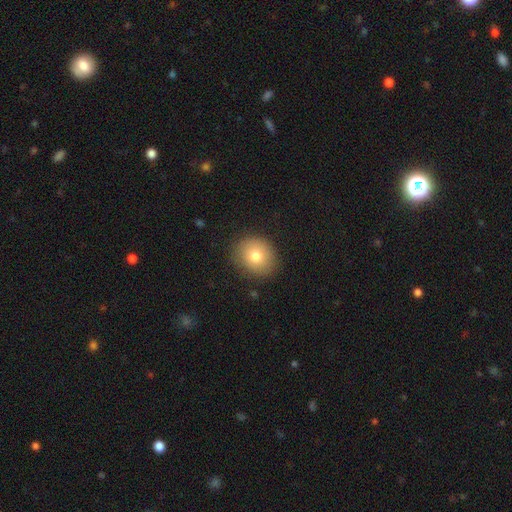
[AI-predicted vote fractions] A smooth galaxy with no disk features (77%) that is round (75%).

Vote fractions:
- Smooth or featured? smooth: 77% / featured or disk: 13% / star or artifact: 10%
- How rounded? round: 75% / in between: 24% / cigar-shaped: 1%
- Merging? none: 87% / minor disturbance: 9% / major disturbance: 3% / merger: 1%